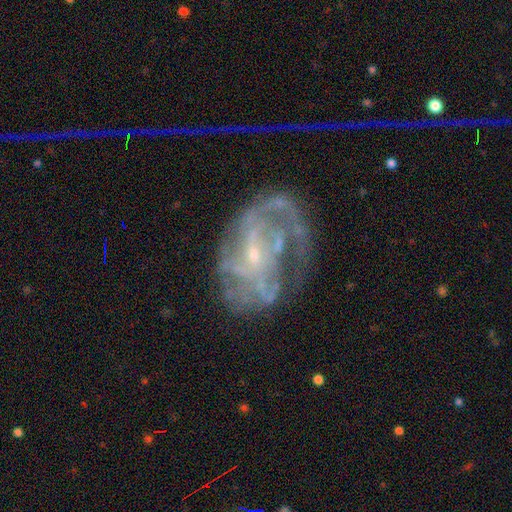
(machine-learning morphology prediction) This is clearly a featured or disk galaxy (81%). It is clearly not viewed edge-on (97%). Bar: possibly no (46%). Spiral arm pattern: clearly yes (83%). Spiral arm count: marginally can't tell (39%). Spiral winding: marginally medium (38%). Central bulge: likely small (78%). Merging: marginally major disturbance (44%).